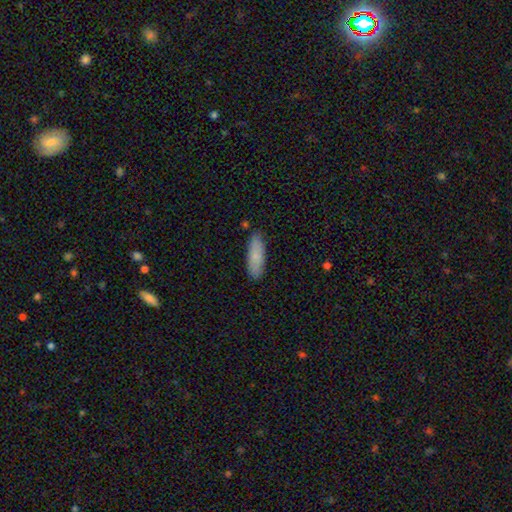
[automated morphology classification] smooth-or-featured: smooth: 80% | featured or disk: 14% | star or artifact: 6%
  how-rounded: in between: 53% | cigar-shaped: 45% | round: 2%
  merging: none: 84% | minor disturbance: 12% | major disturbance: 2% | merger: 2%